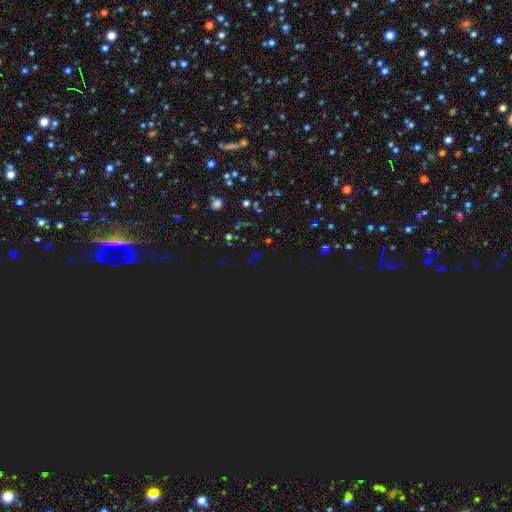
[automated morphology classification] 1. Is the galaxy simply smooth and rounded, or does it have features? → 75% star or artifact, 18% smooth, 7% featured or disk.